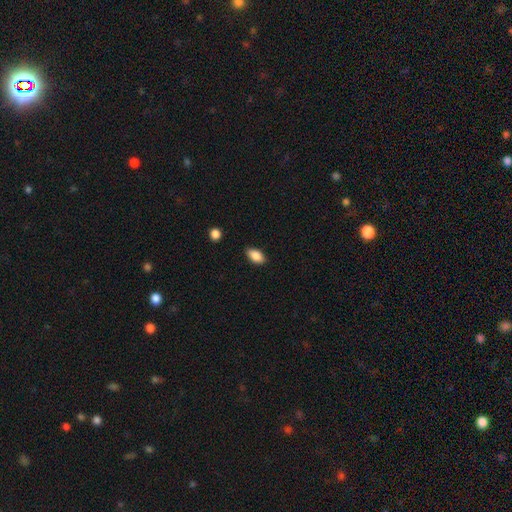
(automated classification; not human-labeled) Overall: smooth (87%). How rounded: in between (92%). Merging: none (86%).